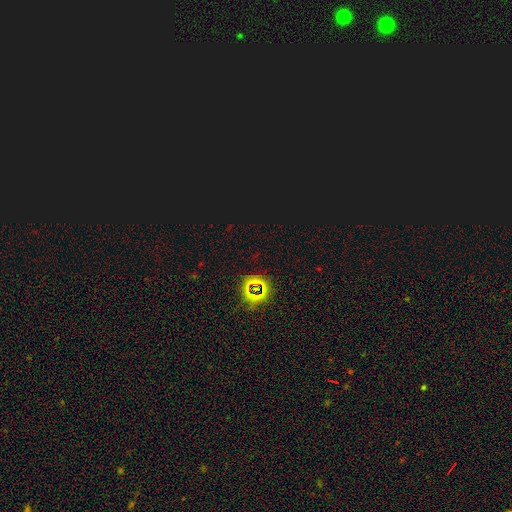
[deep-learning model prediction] A star or artifact, not a galaxy (79%).